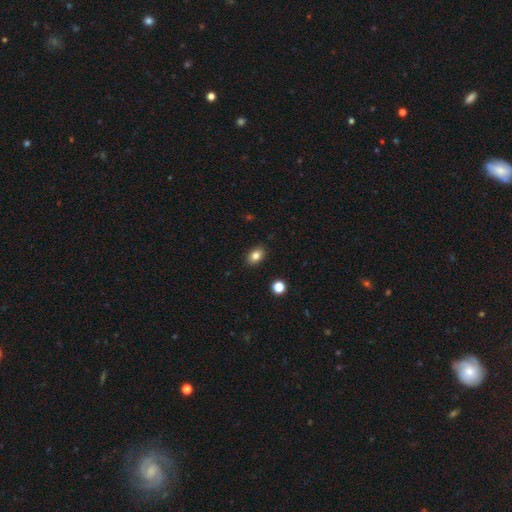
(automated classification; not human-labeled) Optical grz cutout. It shows a smooth galaxy with no disk features (83%) that is in between round and cigar-shaped (77%). Merging: none (88%).